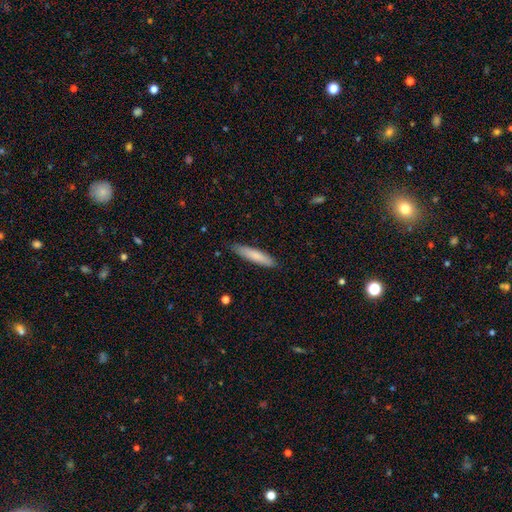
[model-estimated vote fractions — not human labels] Smooth or featured? Predicted: smooth (p=0.79). How rounded? Predicted: cigar-shaped (p=0.86). Merging? Predicted: none (p=0.86).